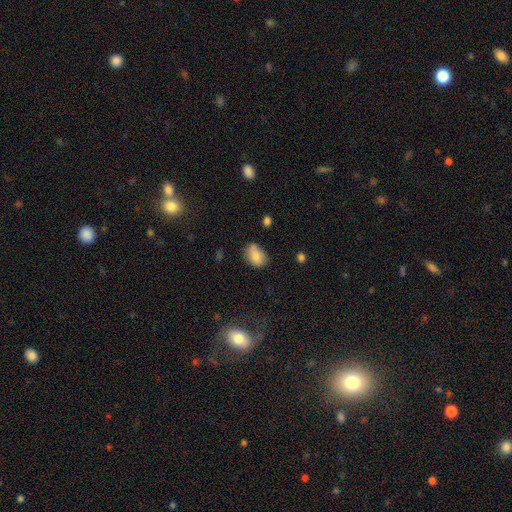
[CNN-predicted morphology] Smooth or featured?
  - smooth: 81% *
  - featured or disk: 10%
  - star or artifact: 9%
How rounded?
  - in between: 81% *
  - round: 17%
  - cigar-shaped: 2%
Merging?
  - none: 67% *
  - minor disturbance: 25%
  - major disturbance: 5%
  - merger: 3%